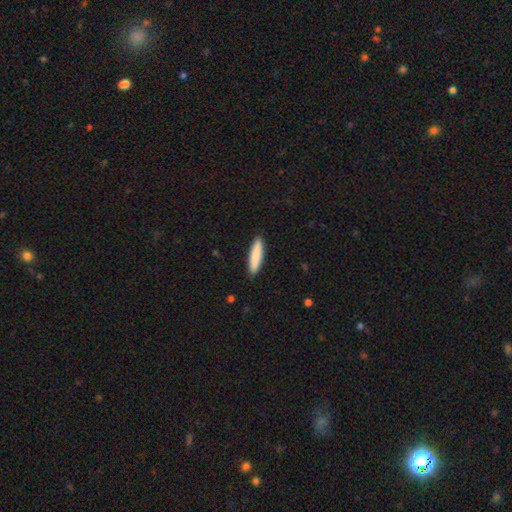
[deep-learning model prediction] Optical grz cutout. It shows a smooth galaxy with no disk features (86%) that is cigar-shaped (80%). Merging: none (90%).